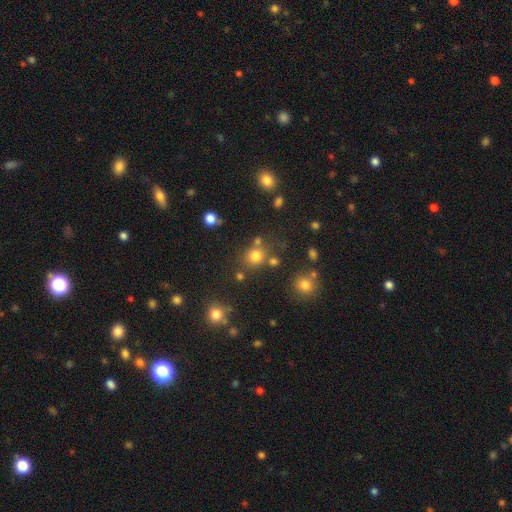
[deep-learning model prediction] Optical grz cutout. It shows a smooth galaxy with no disk features (77%) that is round (83%). Merging: none (71%).